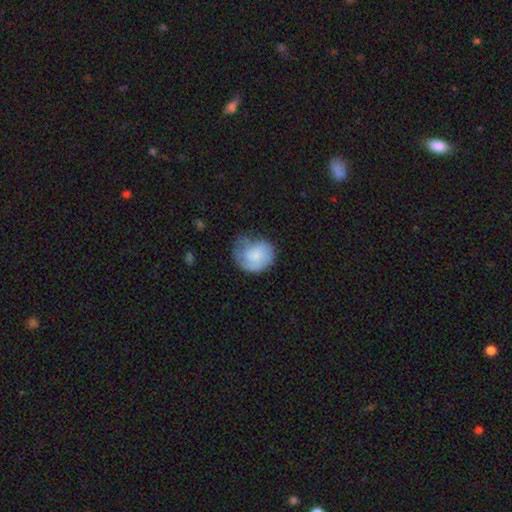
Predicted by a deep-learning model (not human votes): The model was most divided on "merging": minor disturbance: 37%, none: 35%, major disturbance: 25%, merger: 3%. More confident: smooth or featured — smooth (67%); how rounded — round (65%).